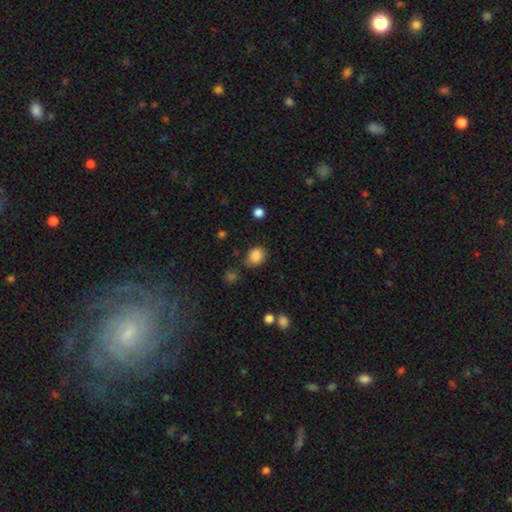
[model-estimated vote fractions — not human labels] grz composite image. It shows a smooth galaxy with no disk features (85%) that is in between round and cigar-shaped (51%). Merging: none (70%).